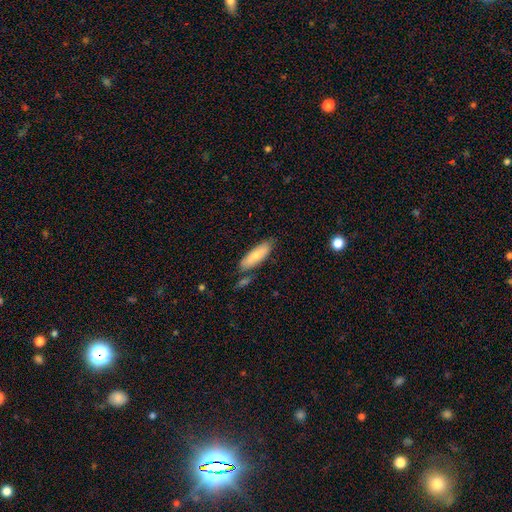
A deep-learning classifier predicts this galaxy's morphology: A smooth galaxy with no disk features (77%) that is in between round and cigar-shaped (53%).

Vote fractions:
- Smooth or featured? smooth: 77% / featured or disk: 17% / star or artifact: 6%
- How rounded? in between: 53% / cigar-shaped: 45% / round: 2%
- Merging? none: 74% / minor disturbance: 15% / merger: 7% / major disturbance: 3%